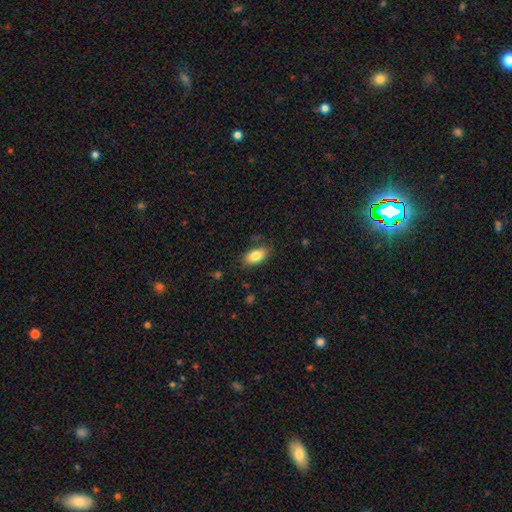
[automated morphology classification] A smooth galaxy with no disk features (83%) that is in between round and cigar-shaped (92%). Merging: none (81%).